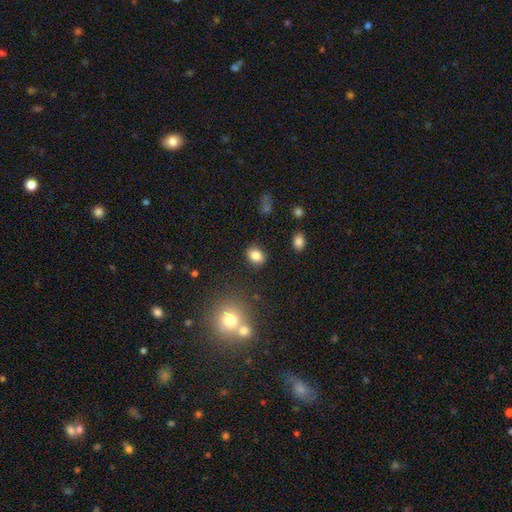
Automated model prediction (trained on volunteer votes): smooth-or-featured: smooth: 83% | star or artifact: 10% | featured or disk: 7%
  how-rounded: in between: 58% | round: 41% | cigar-shaped: 1%
  merging: none: 86% | minor disturbance: 9% | major disturbance: 3% | merger: 2%